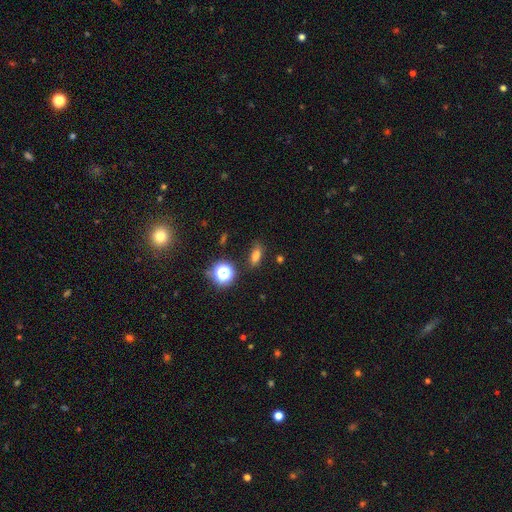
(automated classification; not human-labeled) A smooth galaxy with no disk features (73%) that is in between round and cigar-shaped (72%).

Vote fractions:
- Smooth or featured? smooth: 73% / star or artifact: 19% / featured or disk: 7%
- How rounded? in between: 72% / round: 14% / cigar-shaped: 14%
- Merging? none: 79% / minor disturbance: 13% / major disturbance: 4% / merger: 3%